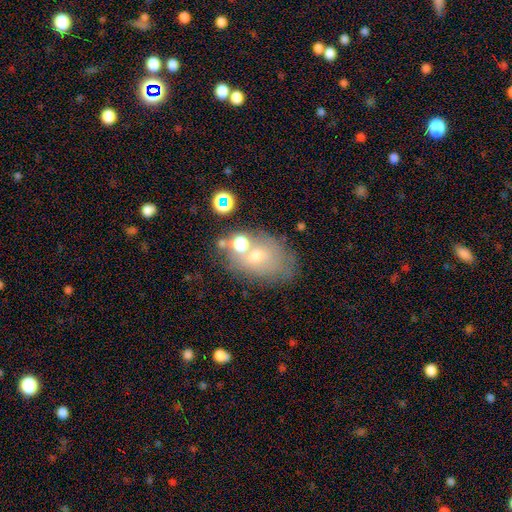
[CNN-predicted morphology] The model was most divided on "smooth or featured": smooth: 52%, featured or disk: 31%, star or artifact: 17%. More confident: how rounded — in between (80%); merging — none (52%).